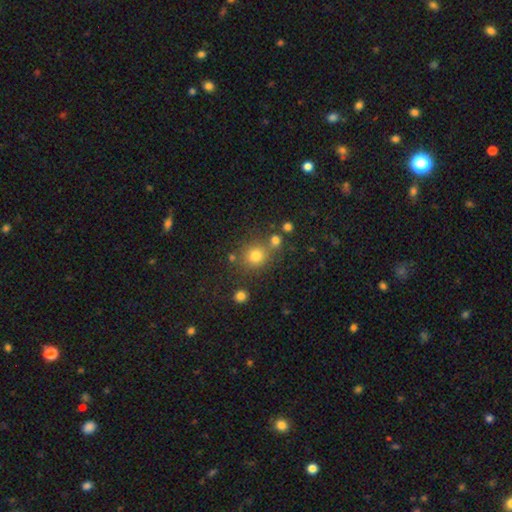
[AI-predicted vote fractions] Smooth or featured? Predicted: smooth (p=0.77). How rounded? Predicted: round (p=0.88). Merging? Predicted: none (p=0.71).